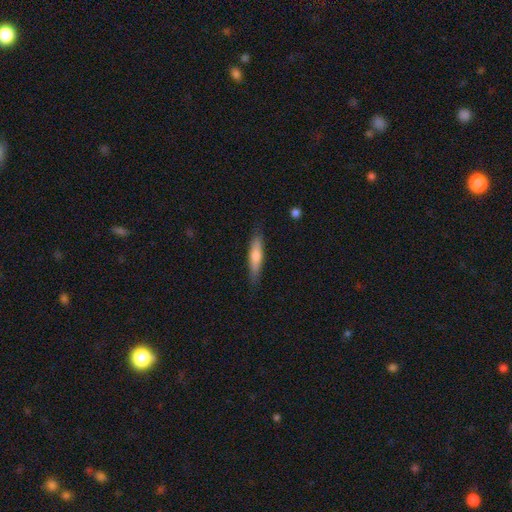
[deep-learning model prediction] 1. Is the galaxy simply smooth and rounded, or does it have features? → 65% smooth, 29% featured or disk, 6% star or artifact.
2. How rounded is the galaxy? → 80% cigar-shaped, 18% in between, 2% round.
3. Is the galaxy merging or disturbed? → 85% none, 12% minor disturbance, 2% major disturbance, 1% merger.